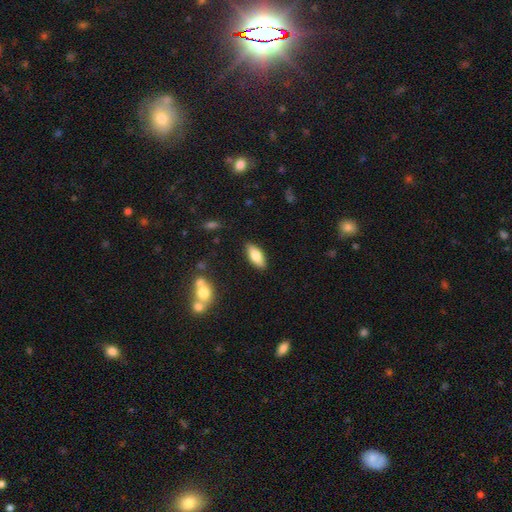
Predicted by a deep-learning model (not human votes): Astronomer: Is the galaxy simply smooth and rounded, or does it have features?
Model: smooth — 74%.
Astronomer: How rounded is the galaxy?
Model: in between — 78%.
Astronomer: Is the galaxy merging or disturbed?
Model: none — 86%.